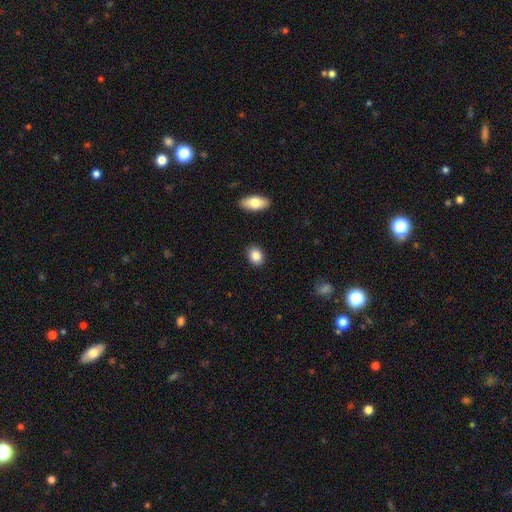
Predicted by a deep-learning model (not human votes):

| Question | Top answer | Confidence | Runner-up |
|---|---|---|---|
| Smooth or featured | smooth | 87% | star or artifact (8%) |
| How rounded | in between | 65% | round (33%) |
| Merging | none | 88% | minor disturbance (8%) |